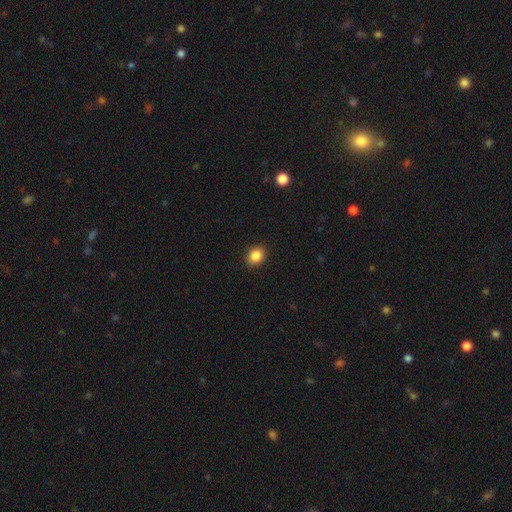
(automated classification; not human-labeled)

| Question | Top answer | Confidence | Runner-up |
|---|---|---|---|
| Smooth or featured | smooth | 86% | star or artifact (10%) |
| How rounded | round | 51% | in between (48%) |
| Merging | none | 90% | minor disturbance (8%) |